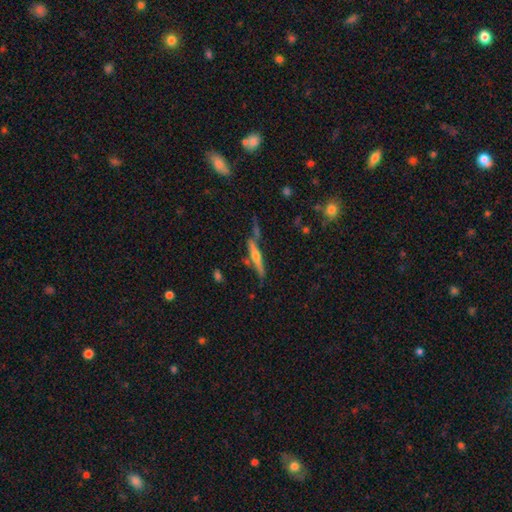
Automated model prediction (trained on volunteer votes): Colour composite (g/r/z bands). It shows a featured or disk galaxy (67%) viewed edge-on (95%) with a rounded central bulge (85%). Merging: none (68%).